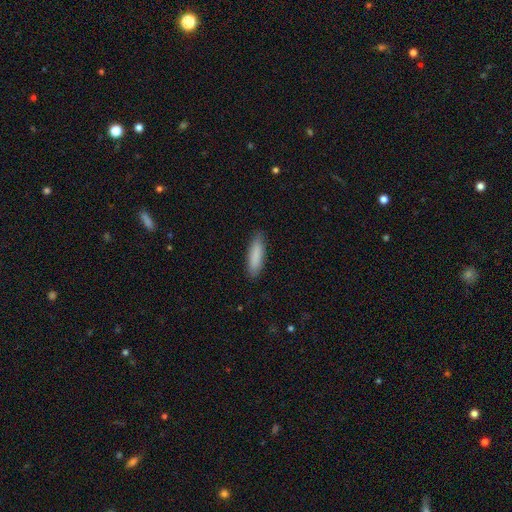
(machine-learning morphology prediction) This appears to be a smooth galaxy with no disk features (87%) that is cigar-shaped (65%). Merging: none (88%).